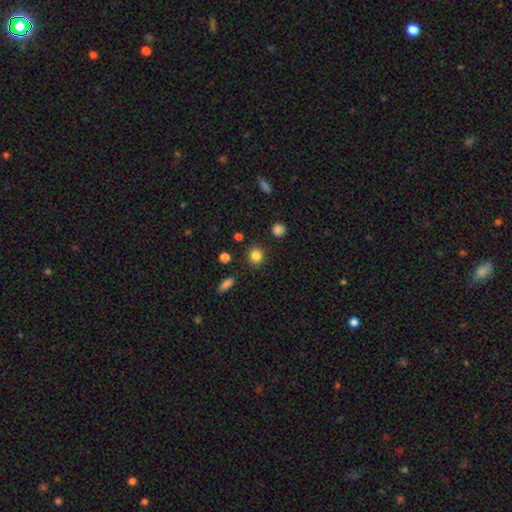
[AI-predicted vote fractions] Q: Smooth or featured?
A: smooth (84%); runner-up: star or artifact (11%)
Q: How rounded?
A: round (89%); runner-up: in between (10%)
Q: Merging?
A: none (90%); runner-up: minor disturbance (6%)